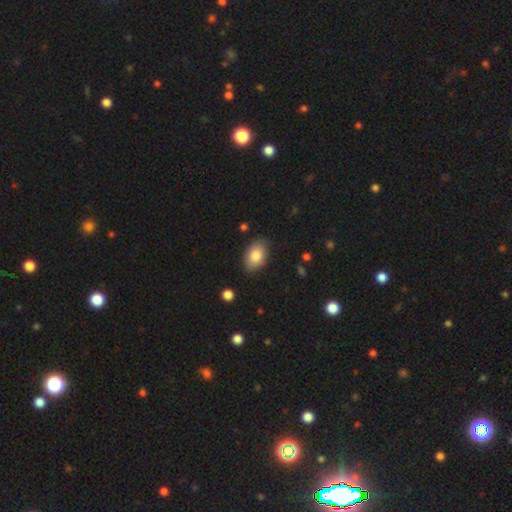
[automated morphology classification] This appears to be a smooth galaxy with no disk features (83%) that is in between round and cigar-shaped (89%). Merging: none (84%).